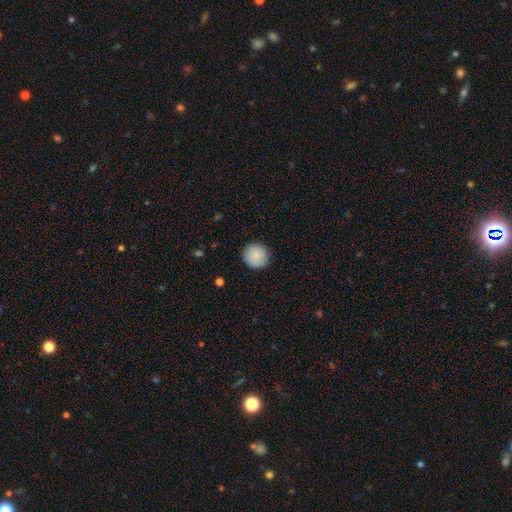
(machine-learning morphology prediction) Q: Smooth or featured?
A: smooth (83%); runner-up: featured or disk (10%)
Q: How rounded?
A: round (92%); runner-up: in between (7%)
Q: Merging?
A: none (89%); runner-up: minor disturbance (8%)